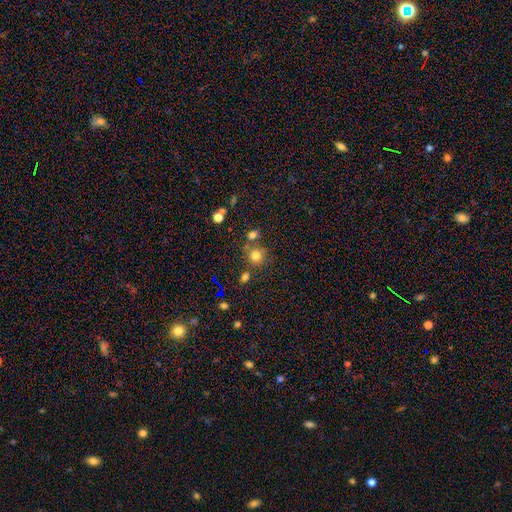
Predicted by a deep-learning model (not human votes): Smooth or featured?
  - smooth: 77% *
  - star or artifact: 16%
  - featured or disk: 8%
How rounded?
  - round: 87% *
  - in between: 12%
  - cigar-shaped: 1%
Merging?
  - none: 68% *
  - merger: 17%
  - minor disturbance: 11%
  - major disturbance: 4%